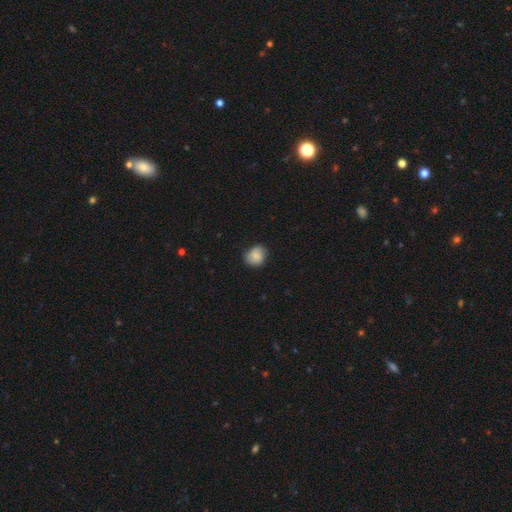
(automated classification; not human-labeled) smooth 80%, featured or disk 13%, star or artifact 8%. Down the decision tree: how rounded — round (61%); merging — none (78%).